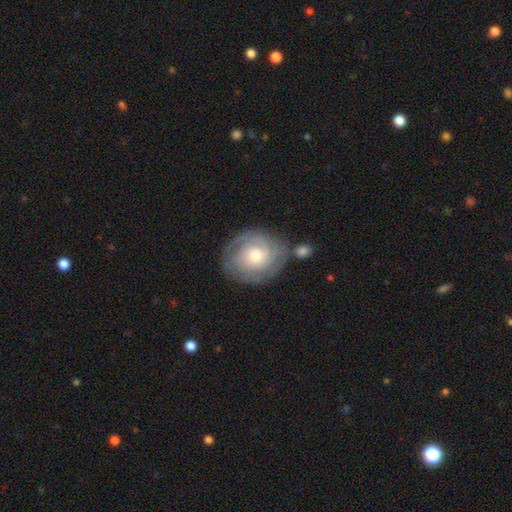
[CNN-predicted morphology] Smooth or featured? featured or disk (67%)
Edge-on disk? no (97%)
Bar? no (76%)
Spiral arms? yes (87%)
Spiral winding? tight (71%)
Spiral arm count? can't tell (38%)
Bulge size? moderate (65%)
Merging? none (69%)